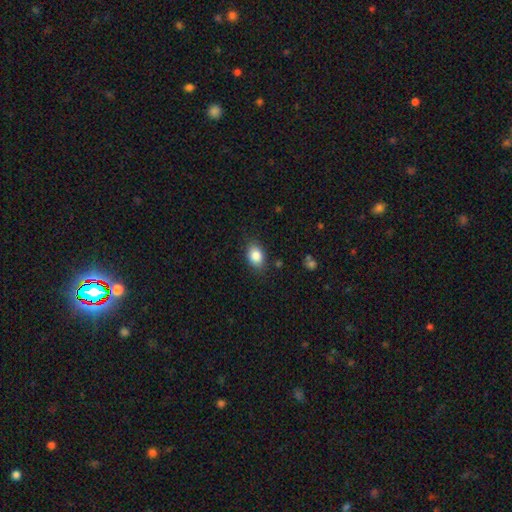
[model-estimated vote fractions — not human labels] A smooth galaxy with no disk features (85%) that is in between round and cigar-shaped (80%).

Vote fractions:
- Smooth or featured? smooth: 85% / star or artifact: 8% / featured or disk: 7%
- How rounded? in between: 80% / round: 19% / cigar-shaped: 1%
- Merging? none: 83% / minor disturbance: 12% / major disturbance: 3% / merger: 1%